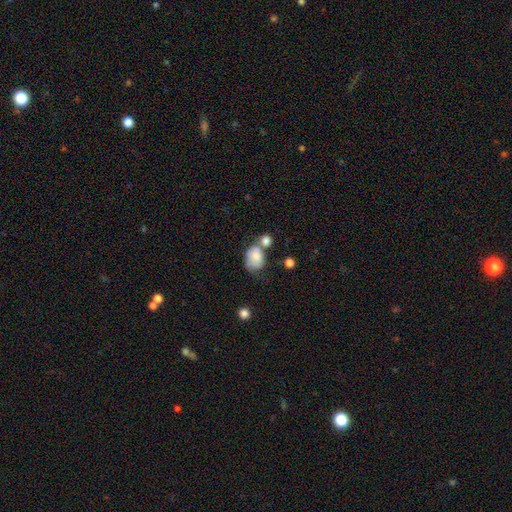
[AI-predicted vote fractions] The model was most divided on "merging": merger: 39%, none: 30%, minor disturbance: 21%, major disturbance: 11%. More confident: smooth or featured — smooth (73%); how rounded — in between (60%).